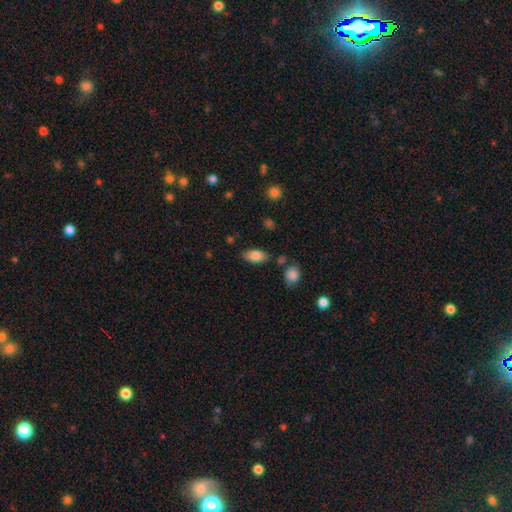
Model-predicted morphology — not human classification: This is clearly a smooth galaxy (80%). How rounded: clearly in between (90%). Merging: likely none (79%).